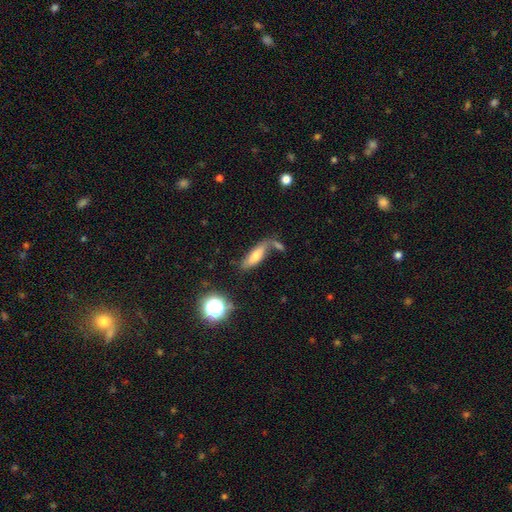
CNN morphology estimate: Smooth or featured: smooth — 63% (featured or disk — 27%)
How rounded: in between — 54% (cigar-shaped — 43%)
Merging: none — 52% (merger — 21%)